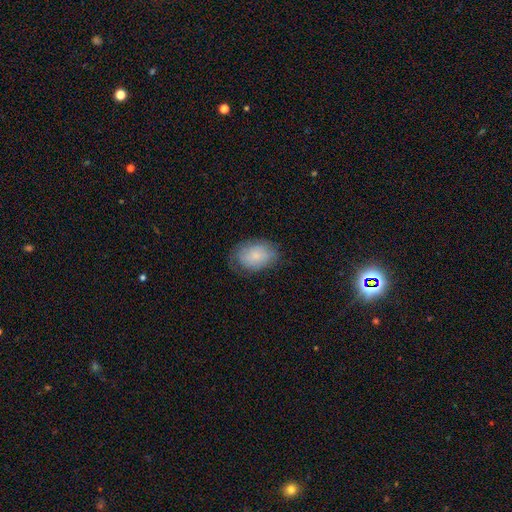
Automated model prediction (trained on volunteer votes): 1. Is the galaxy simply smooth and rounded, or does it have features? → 76% smooth, 17% featured or disk, 7% star or artifact.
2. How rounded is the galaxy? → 83% in between, 16% round, 1% cigar-shaped.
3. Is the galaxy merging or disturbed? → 69% none, 23% minor disturbance, 7% major disturbance, 1% merger.